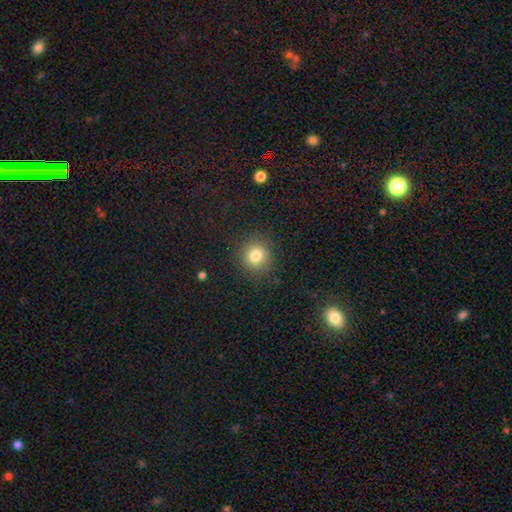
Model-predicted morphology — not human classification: This appears to be a smooth galaxy with no disk features (81%) that is round (89%). Merging: none (88%).